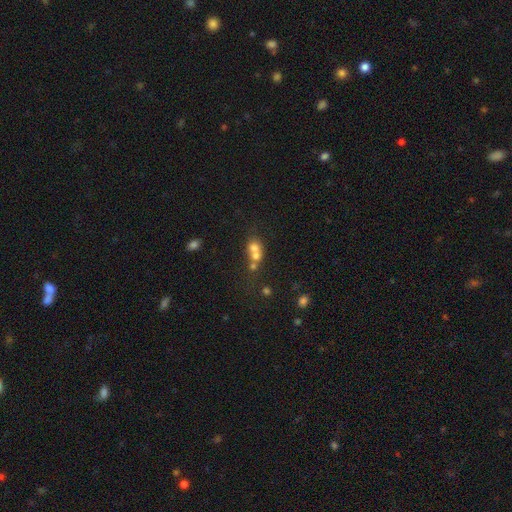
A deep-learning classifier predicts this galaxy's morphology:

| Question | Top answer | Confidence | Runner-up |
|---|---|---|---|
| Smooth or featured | smooth | 64% | featured or disk (22%) |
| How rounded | round | 69% | in between (29%) |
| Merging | merger | 64% | none (25%) |